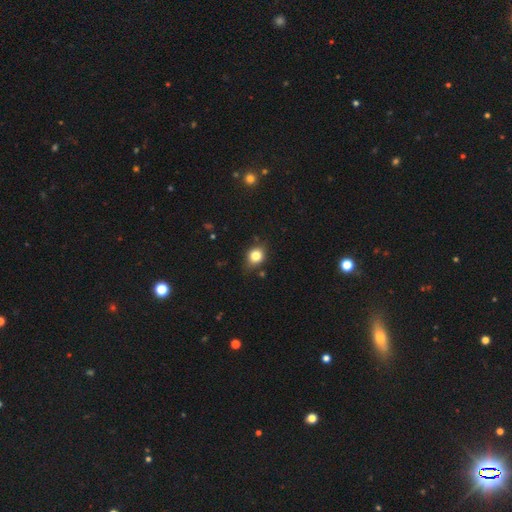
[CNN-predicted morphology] The model was most divided on "how rounded": round: 63%, in between: 36%, cigar-shaped: 1%. More confident: smooth or featured — smooth (80%); merging — none (75%).